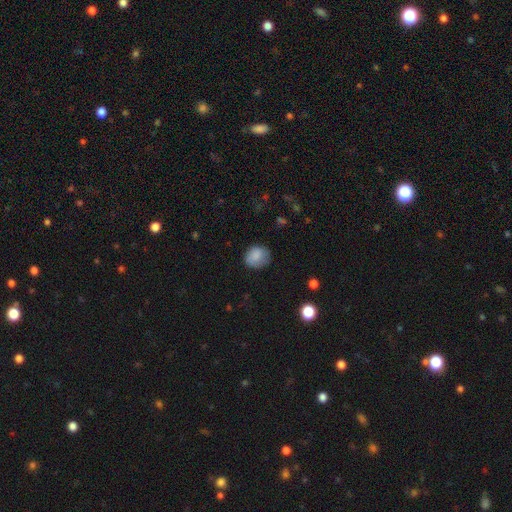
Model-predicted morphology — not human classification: smooth_or_featured: smooth (p=0.85) [alt: star or artifact p=0.08]
how_rounded: round (p=0.68) [alt: in between p=0.31]
merging: none (p=0.74) [alt: minor disturbance p=0.20]